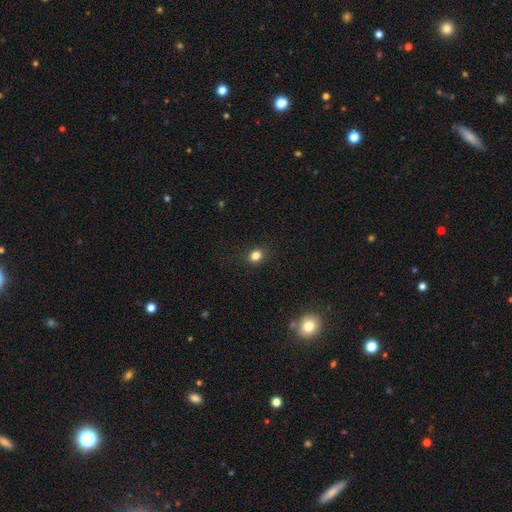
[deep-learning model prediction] A smooth galaxy with no disk features (82%) that is round (67%). Merging: none (88%).